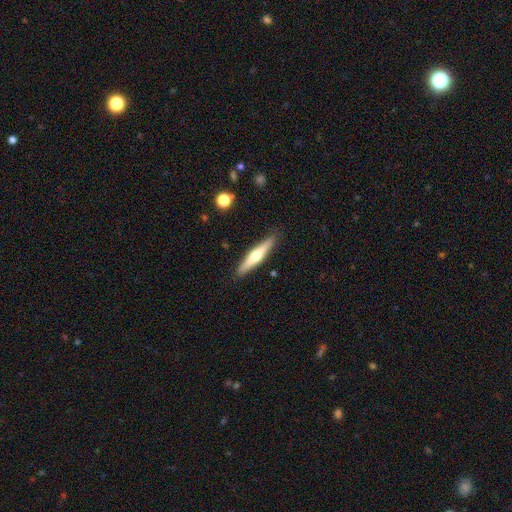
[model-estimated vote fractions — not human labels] Overall: featured or disk (56%; smooth 39%). Edge-on disk: yes (95%). Edge-on bulge: rounded (90%). Merging: none (89%).